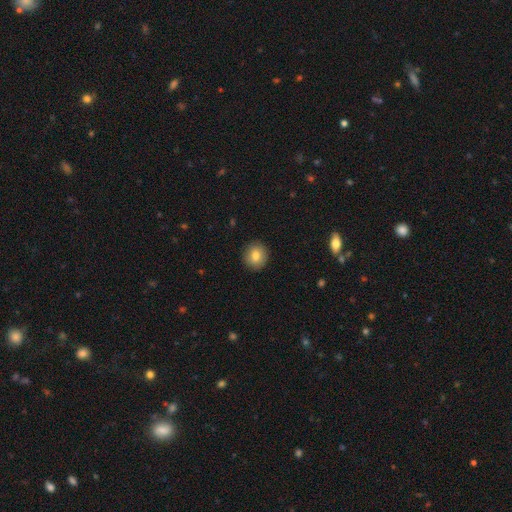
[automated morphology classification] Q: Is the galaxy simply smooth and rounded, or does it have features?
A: smooth — 81%.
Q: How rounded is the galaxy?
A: round — 86%.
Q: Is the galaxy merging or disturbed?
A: none — 91%.